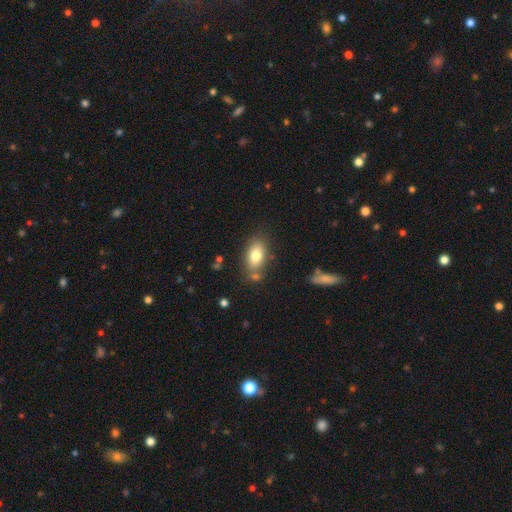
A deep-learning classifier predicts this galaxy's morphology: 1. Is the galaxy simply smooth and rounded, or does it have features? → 78% smooth, 14% featured or disk, 8% star or artifact.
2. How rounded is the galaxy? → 89% in between, 8% round, 3% cigar-shaped.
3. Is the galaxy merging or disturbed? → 72% none, 14% minor disturbance, 10% merger, 4% major disturbance.